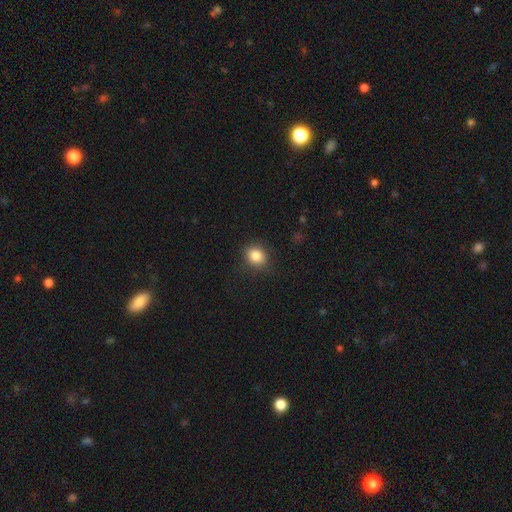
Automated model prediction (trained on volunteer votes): smooth_or_featured: smooth (p=0.85) [alt: star or artifact p=0.10]
how_rounded: round (p=0.63) [alt: in between p=0.36]
merging: none (p=0.85) [alt: minor disturbance p=0.10]